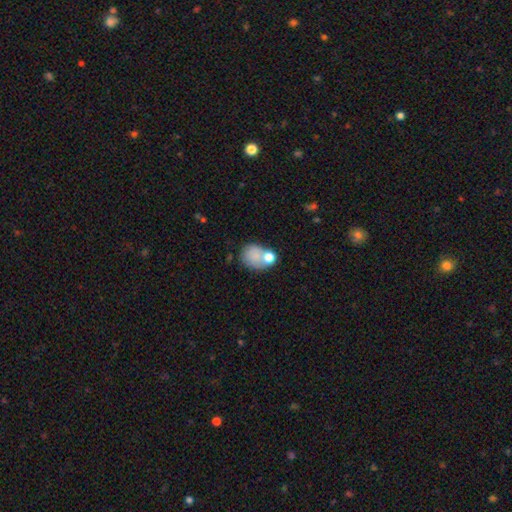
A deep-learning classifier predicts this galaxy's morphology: Smooth or featured: smooth — 73% (featured or disk — 16%)
How rounded: round — 50% (in between — 49%)
Merging: none — 44% (merger — 26%)